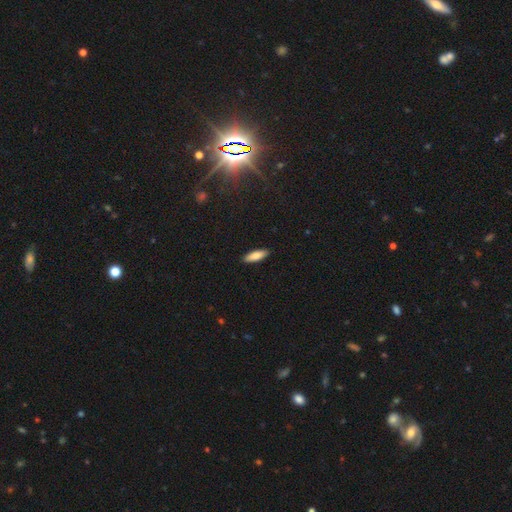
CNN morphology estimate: smooth_or_featured: smooth (p=0.83) [alt: featured or disk p=0.11]
how_rounded: in between (p=0.53) [alt: cigar-shaped p=0.45]
merging: none (p=0.90) [alt: minor disturbance p=0.07]